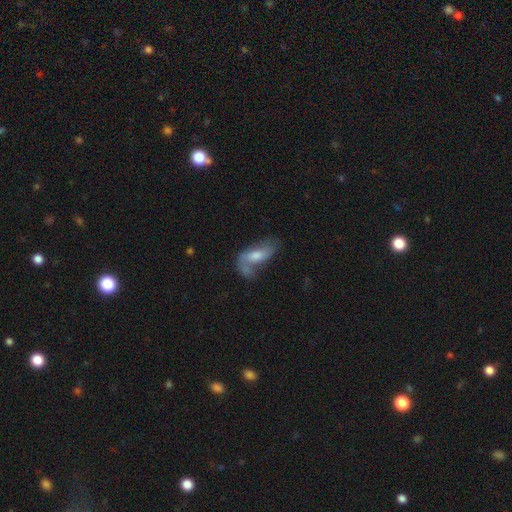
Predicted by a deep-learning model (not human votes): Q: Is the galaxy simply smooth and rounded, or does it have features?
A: featured or disk — 51%.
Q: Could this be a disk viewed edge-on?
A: no — 88%.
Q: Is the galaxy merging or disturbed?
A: none — 37%.